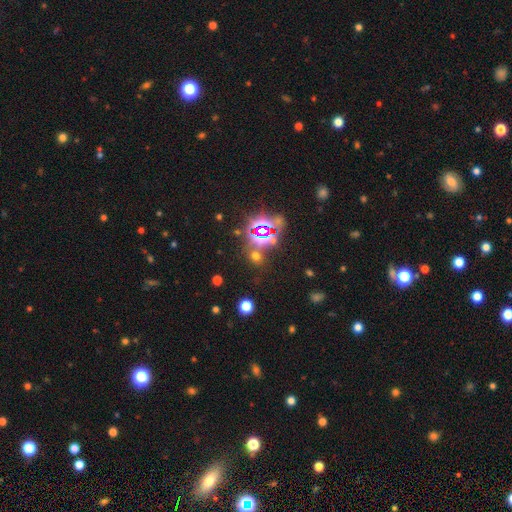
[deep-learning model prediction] Q: Smooth or featured?
A: star or artifact (52%); runner-up: smooth (41%)